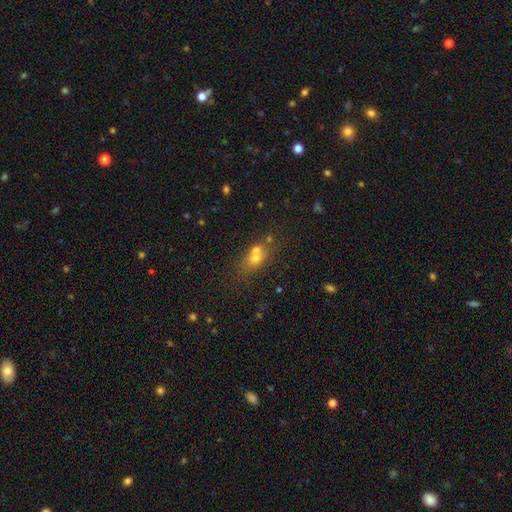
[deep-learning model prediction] This is likely a smooth galaxy (61%). How rounded: possibly in between (50%). Merging: possibly merger (52%).